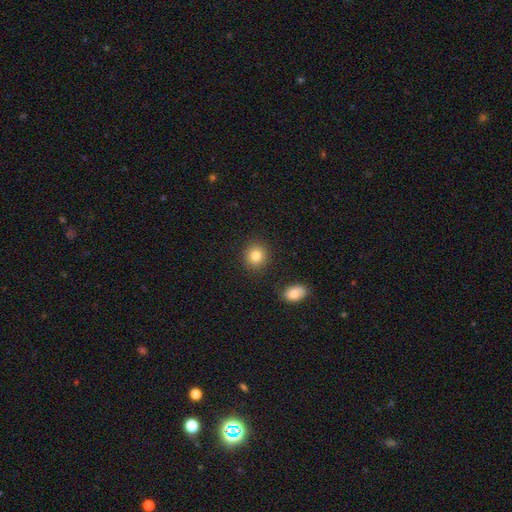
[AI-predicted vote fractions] smooth-or-featured: smooth: 83% | star or artifact: 10% | featured or disk: 7%
  how-rounded: round: 86% | in between: 13% | cigar-shaped: 1%
  merging: none: 88% | minor disturbance: 6% | merger: 3% | major disturbance: 2%